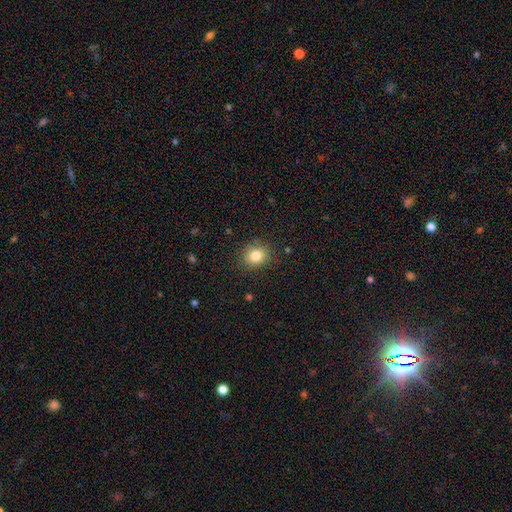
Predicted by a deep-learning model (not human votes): This appears to be a smooth galaxy with no disk features (83%) that is round (67%). Merging: none (86%).